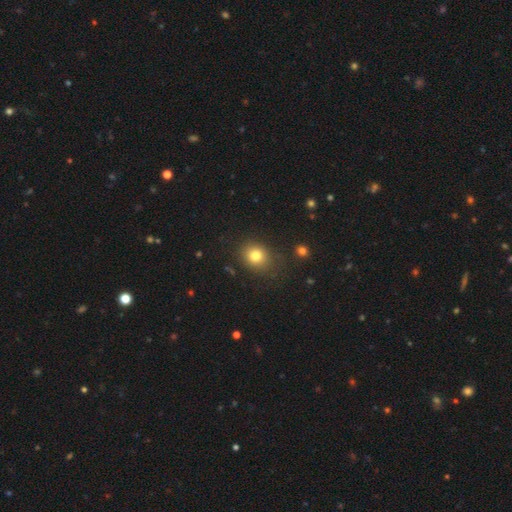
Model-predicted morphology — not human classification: This is likely a smooth galaxy (79%). How rounded: likely round (67%). Merging: likely none (80%).